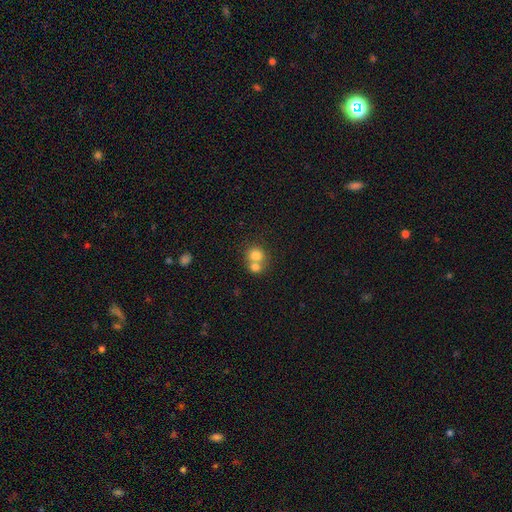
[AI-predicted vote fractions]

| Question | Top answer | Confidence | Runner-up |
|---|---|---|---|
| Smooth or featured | smooth | 77% | featured or disk (13%) |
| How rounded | round | 82% | in between (17%) |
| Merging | merger | 56% | none (36%) |